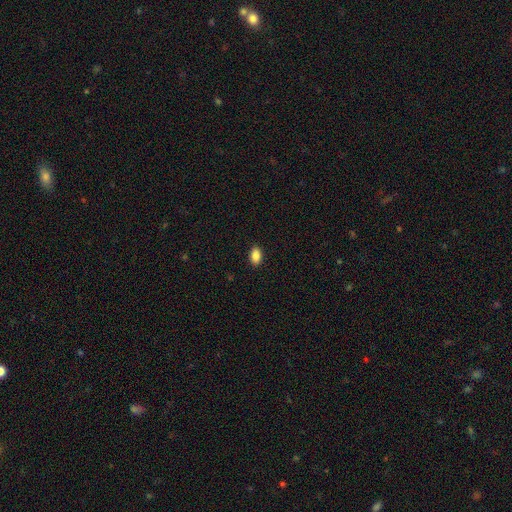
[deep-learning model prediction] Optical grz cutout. It shows a smooth galaxy with no disk features (87%) that is in between round and cigar-shaped (89%). Merging: none (90%).